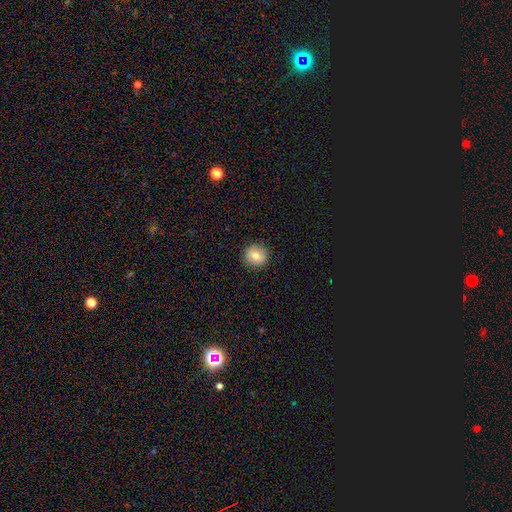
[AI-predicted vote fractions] This appears to be a smooth galaxy with no disk features (79%) that is round (92%). Merging: none (92%).